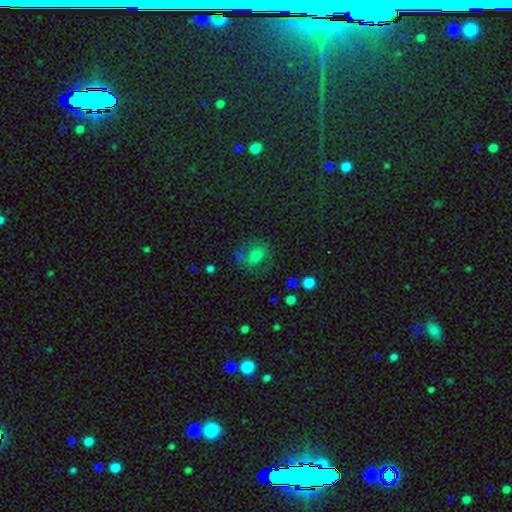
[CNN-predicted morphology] smooth_or_featured: smooth (p=0.64) [alt: featured or disk p=0.20]
how_rounded: round (p=0.59) [alt: in between p=0.40]
merging: none (p=0.66) [alt: minor disturbance p=0.20]